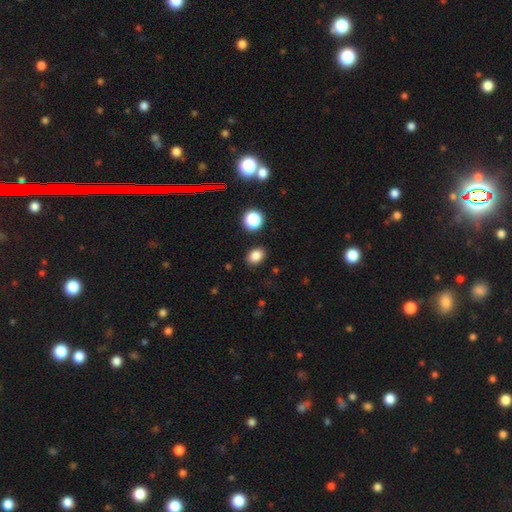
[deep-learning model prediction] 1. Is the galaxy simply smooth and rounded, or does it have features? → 83% smooth, 12% star or artifact, 5% featured or disk.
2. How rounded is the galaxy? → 67% in between, 32% round, 1% cigar-shaped.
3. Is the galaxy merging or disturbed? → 87% none, 8% minor disturbance, 3% major disturbance, 3% merger.